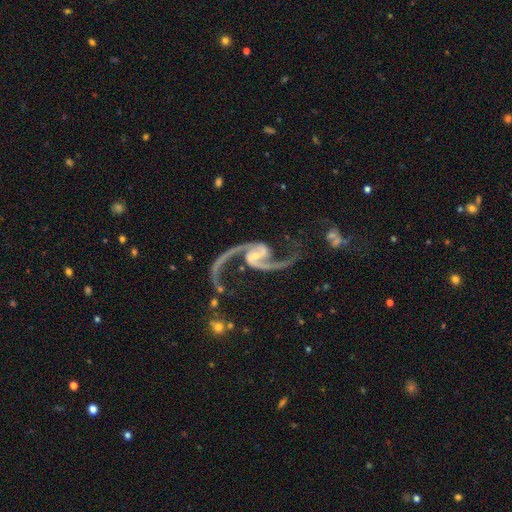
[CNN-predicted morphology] The model was most divided on "bar": weak: 43%, no: 35%, strong: 21%. More confident: spiral arms — yes (98%); edge-on disk — no (98%); spiral arm count — 2 (94%); smooth or featured — featured or disk (94%); spiral winding — loose (80%); bulge size — small (63%); merging — none (63%).